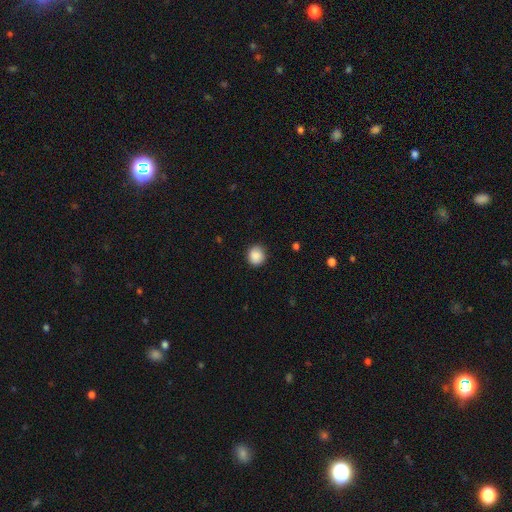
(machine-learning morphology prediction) Smooth or featured? smooth (89%)
How rounded? round (86%)
Merging? none (88%)